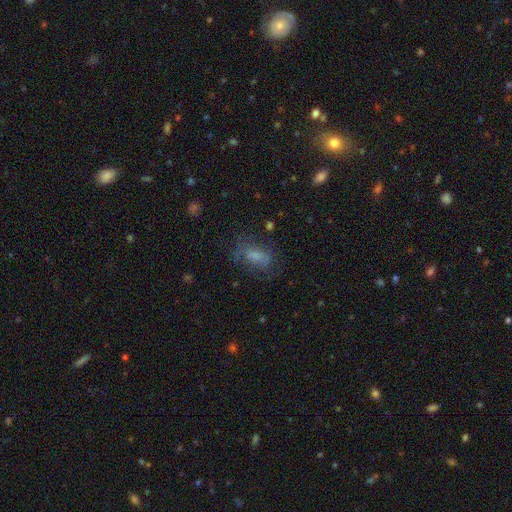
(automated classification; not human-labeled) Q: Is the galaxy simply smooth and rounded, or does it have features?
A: smooth — 59%.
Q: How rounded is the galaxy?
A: in between — 83%.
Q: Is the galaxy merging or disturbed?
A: none — 55%.